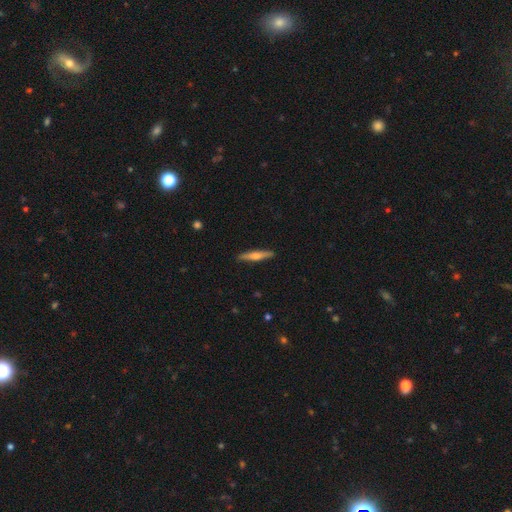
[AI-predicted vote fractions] Smooth or featured?
  - featured or disk: 55% *
  - smooth: 39%
  - star or artifact: 6%
Edge-on disk?
  - yes: 96% *
  - no: 4%
Edge-on bulge?
  - rounded: 85% *
  - none: 9%
  - boxy: 6%
Merging?
  - none: 90% *
  - minor disturbance: 7%
  - major disturbance: 1%
  - merger: 1%